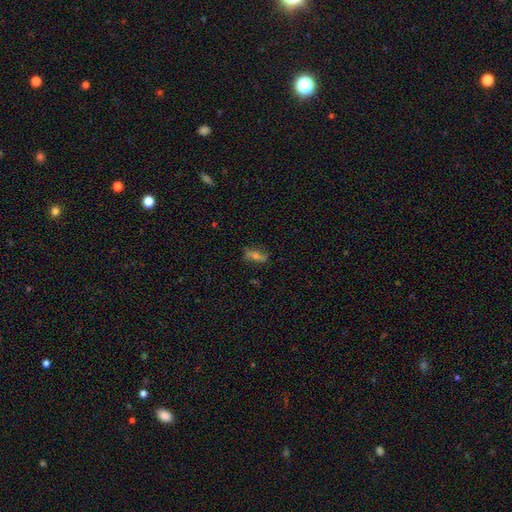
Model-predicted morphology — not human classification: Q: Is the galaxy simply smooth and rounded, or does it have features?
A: featured or disk — 50%.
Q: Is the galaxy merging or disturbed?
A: none — 77%.